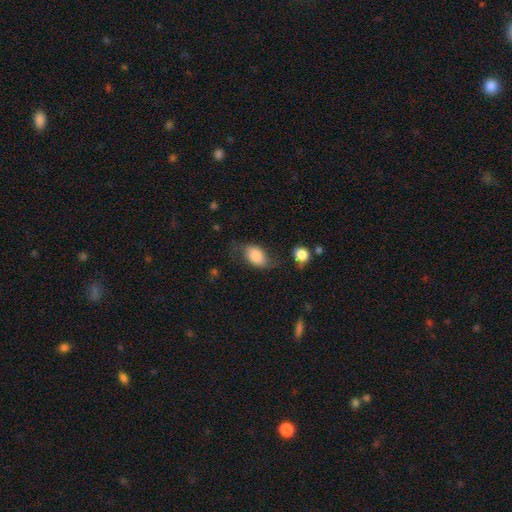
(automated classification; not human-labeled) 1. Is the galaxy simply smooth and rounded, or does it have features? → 78% smooth, 14% featured or disk, 7% star or artifact.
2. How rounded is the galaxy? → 88% in between, 10% round, 2% cigar-shaped.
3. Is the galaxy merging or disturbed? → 55% none, 26% minor disturbance, 13% major disturbance, 6% merger.